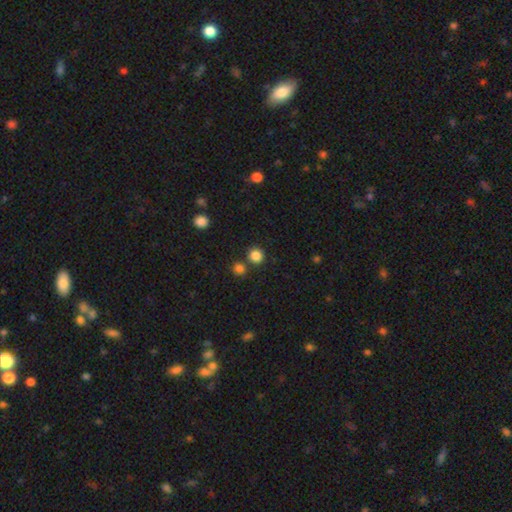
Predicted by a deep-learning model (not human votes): Morphology: type=smooth (83%); roundness=round (91%); merging=none (79%).